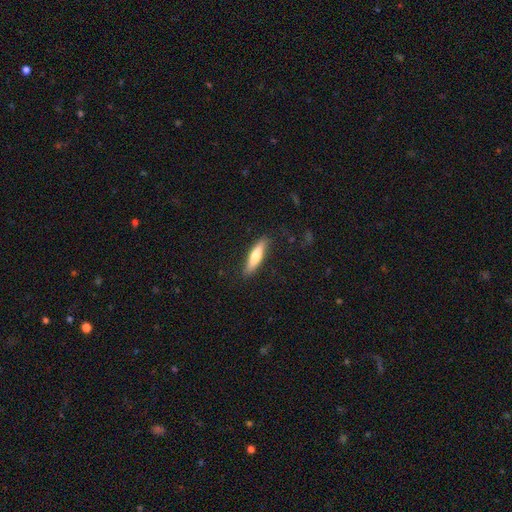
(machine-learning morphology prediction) smooth 68%, featured or disk 27%, star or artifact 5%. Down the decision tree: how rounded — cigar-shaped (76%); merging — none (86%).